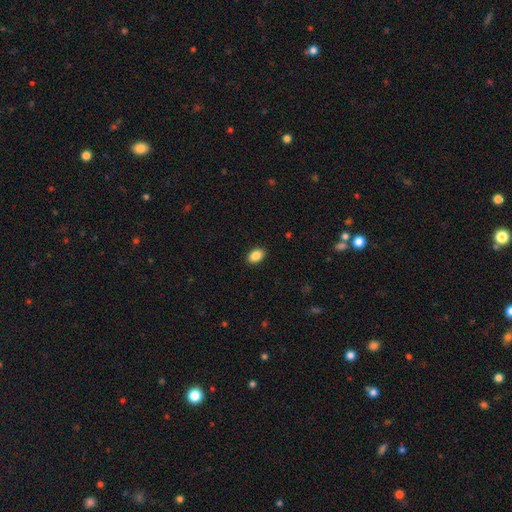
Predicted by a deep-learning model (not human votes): Smooth or featured? smooth (88%)
How rounded? in between (84%)
Merging? none (90%)